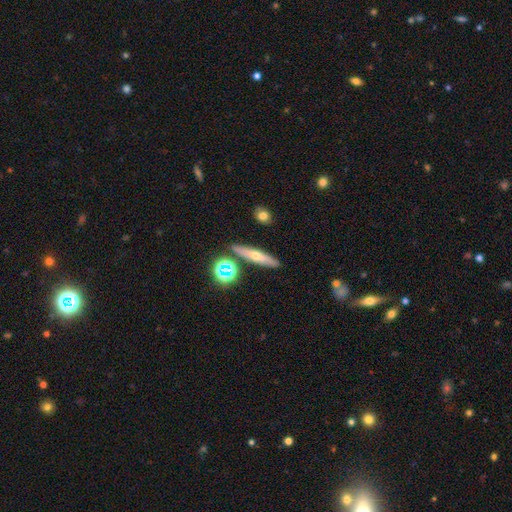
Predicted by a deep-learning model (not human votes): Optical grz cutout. It shows a featured or disk galaxy (45%). Merging: none (85%).